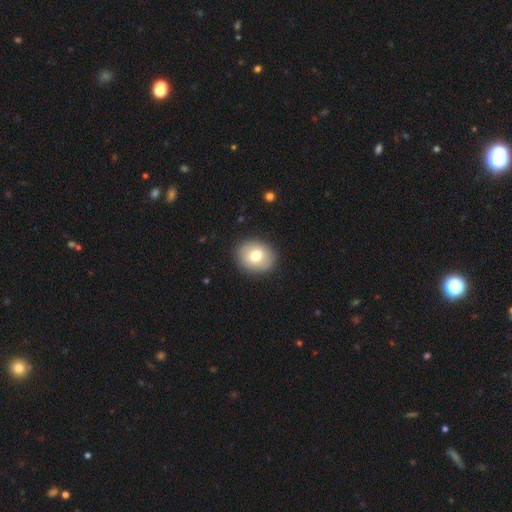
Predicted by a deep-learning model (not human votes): Overall: smooth (75%). How rounded: round (63%; in between 36%). Merging: none (90%).